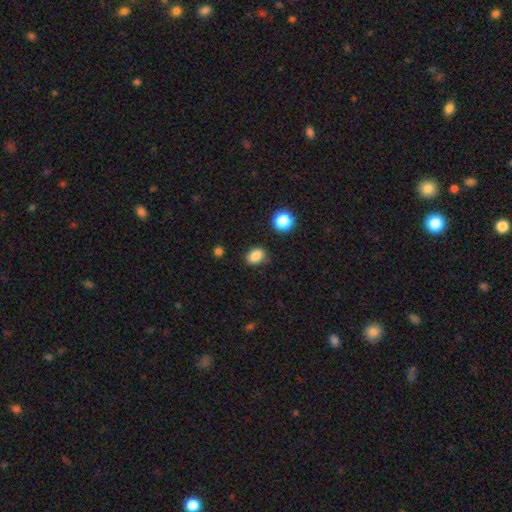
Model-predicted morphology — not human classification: A smooth galaxy with no disk features (85%) that is in between round and cigar-shaped (70%). Merging: none (80%).